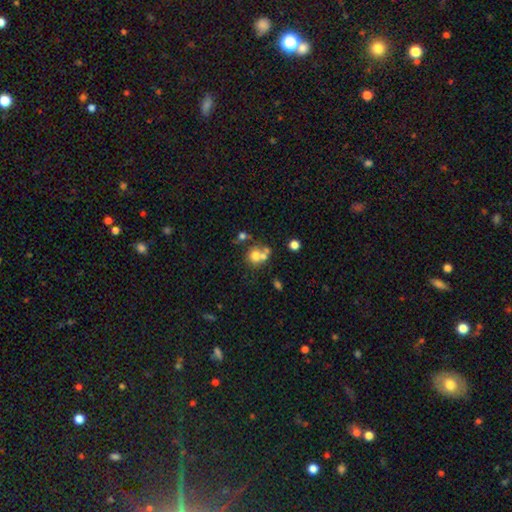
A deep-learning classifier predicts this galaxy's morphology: Overall: smooth (67%). How rounded: round (79%). Merging: merger (46%; none 40%).